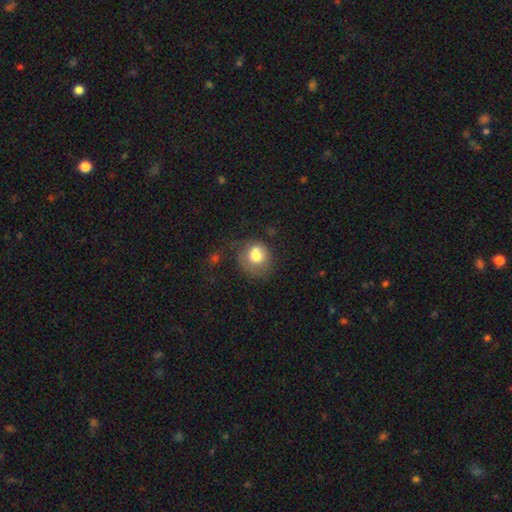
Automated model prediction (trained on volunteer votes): smooth_or_featured: smooth (p=0.74) [alt: featured or disk p=0.18]
how_rounded: round (p=0.75) [alt: in between p=0.24]
merging: none (p=0.44) [alt: minor disturbance p=0.27]